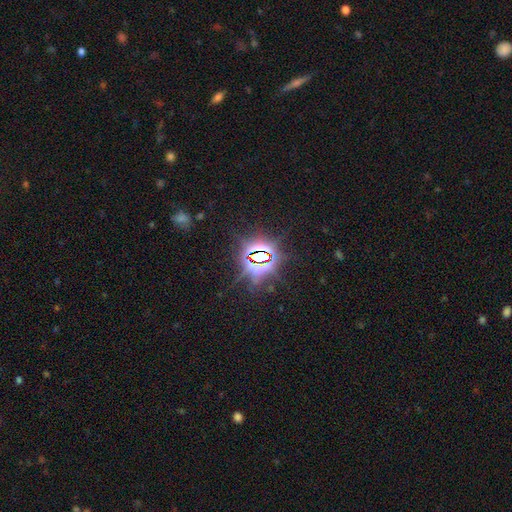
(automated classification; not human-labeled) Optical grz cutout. It shows a star or artifact, not a galaxy (85%).